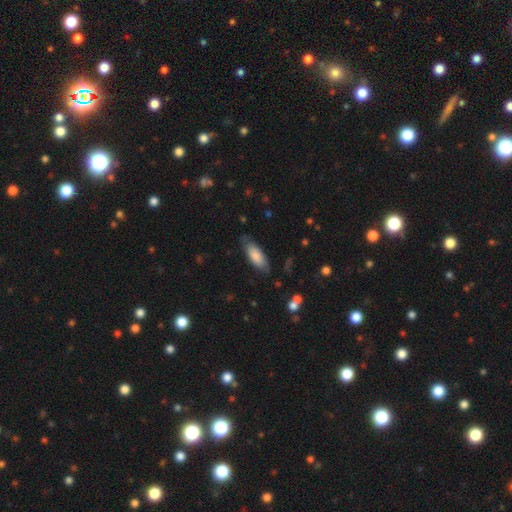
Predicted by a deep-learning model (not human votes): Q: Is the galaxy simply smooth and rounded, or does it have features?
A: smooth — 77%.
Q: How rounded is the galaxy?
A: in between — 72%.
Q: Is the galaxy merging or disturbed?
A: none — 72%.